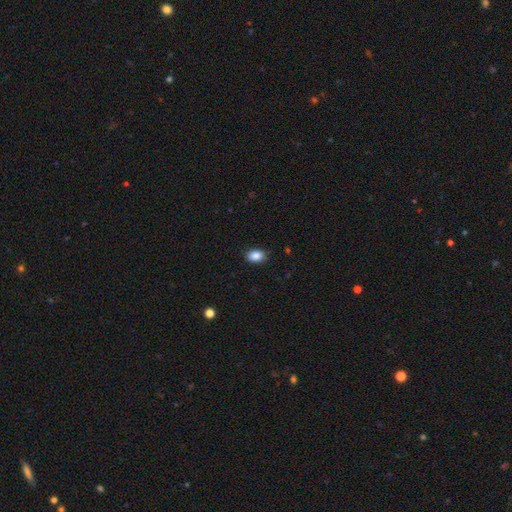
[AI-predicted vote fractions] Smooth or featured?
  - smooth: 88% *
  - star or artifact: 8%
  - featured or disk: 4%
How rounded?
  - in between: 81% *
  - round: 18%
  - cigar-shaped: 1%
Merging?
  - none: 86% *
  - minor disturbance: 11%
  - major disturbance: 2%
  - merger: 1%